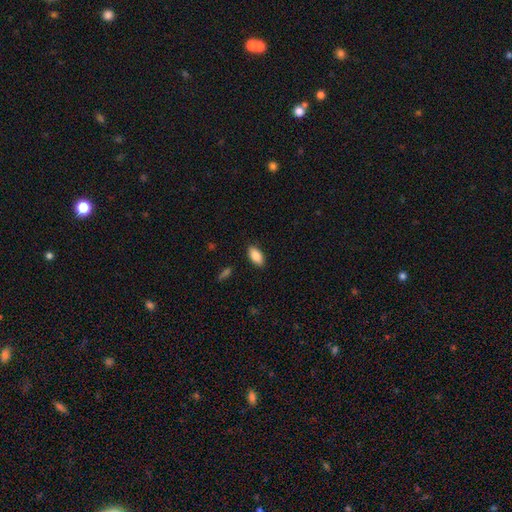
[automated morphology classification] Overall: smooth (85%). How rounded: in between (91%). Merging: none (87%).